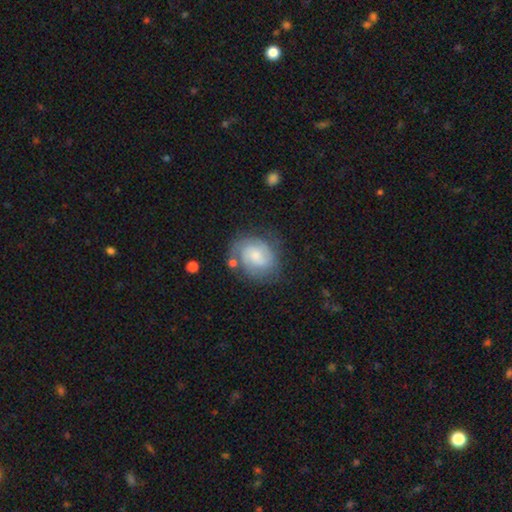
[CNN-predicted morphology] smooth_or_featured: featured or disk (p=0.66) [alt: smooth p=0.27]
disk_edge_on: no (p=0.98) [alt: yes p=0.02]
bar: no (p=0.61) [alt: weak p=0.34]
has_spiral_arms: yes (p=0.91) [alt: no p=0.09]
spiral_winding: tight (p=0.51) [alt: medium p=0.37]
spiral_arm_count: 2 (p=0.50) [alt: can't tell p=0.25]
bulge_size: small (p=0.50) [alt: moderate p=0.36]
merging: none (p=0.63) [alt: minor disturbance p=0.21]